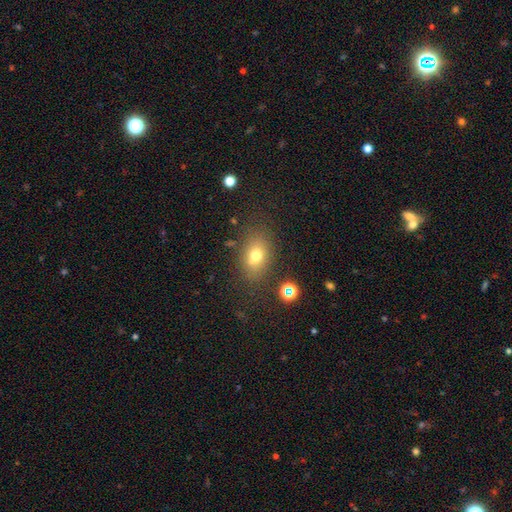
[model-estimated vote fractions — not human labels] Smooth or featured? Predicted: smooth (p=0.70). How rounded? Predicted: in between (p=0.71). Merging? Predicted: none (p=0.75).